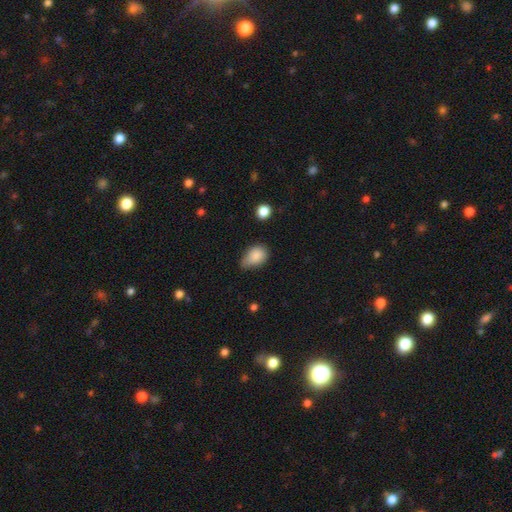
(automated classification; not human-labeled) Smooth or featured? Predicted: smooth (p=0.84). How rounded? Predicted: in between (p=0.77). Merging? Predicted: minor disturbance (p=0.50).